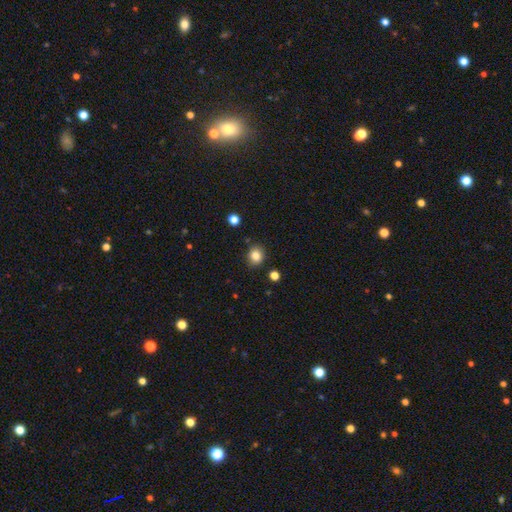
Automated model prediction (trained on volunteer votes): Smooth or featured? smooth (83%)
How rounded? round (70%)
Merging? none (85%)